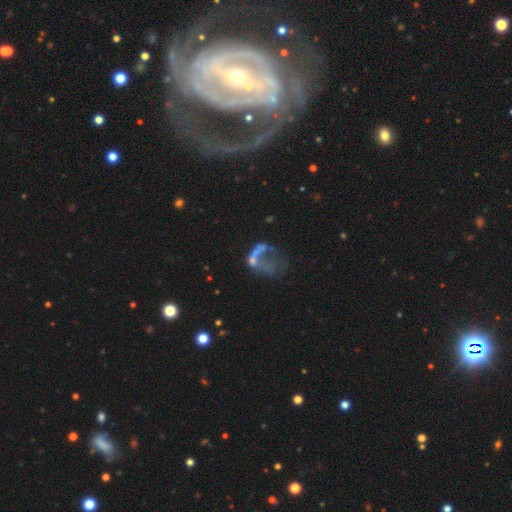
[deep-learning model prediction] Q: Smooth or featured?
A: featured or disk (55%); runner-up: smooth (29%)
Q: Edge-on disk?
A: no (98%); runner-up: yes (2%)
Q: Bar?
A: no (91%); runner-up: weak (7%)
Q: Spiral arms?
A: no (91%); runner-up: yes (9%)
Q: Bulge size?
A: none (71%); runner-up: small (14%)
Q: Merging?
A: major disturbance (42%); runner-up: merger (26%)